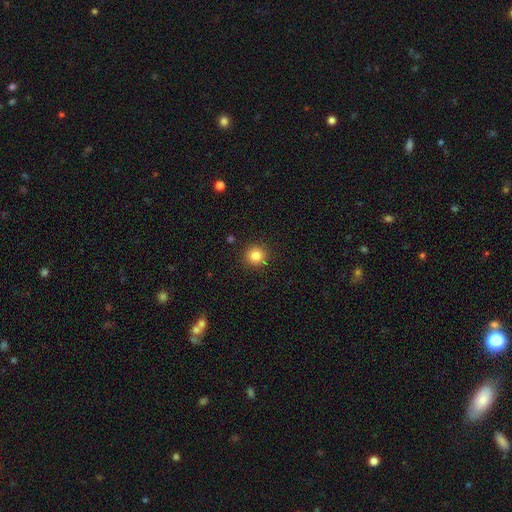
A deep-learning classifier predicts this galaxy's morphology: The model was most divided on "smooth or featured": smooth: 83%, star or artifact: 12%, featured or disk: 6%. More confident: how rounded — round (94%); merging — none (90%).